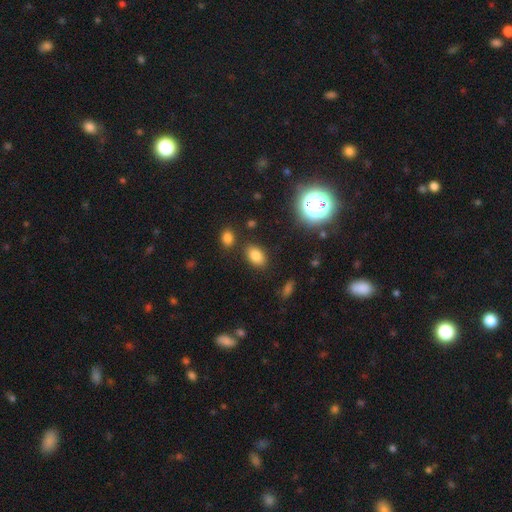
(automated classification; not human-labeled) Morphology: type=smooth (81%); roundness=in between (87%); merging=none (82%).